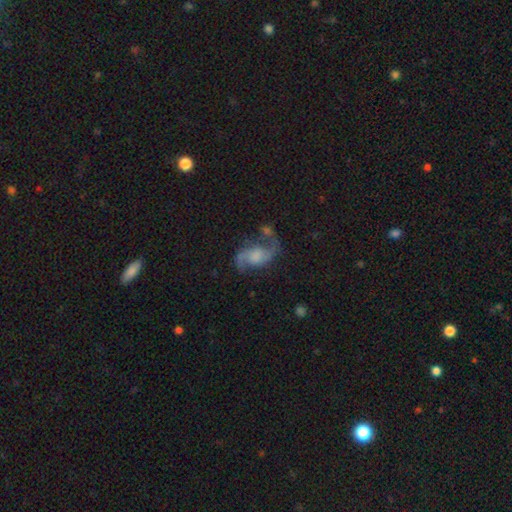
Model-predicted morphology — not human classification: type=featured or disk (86%); edge-on=no (98%); bar=no (56%); spiral arms=yes (96%); winding=loose (61%); arm count=2 (93%); bulge=moderate (28%); merging=none (63%).